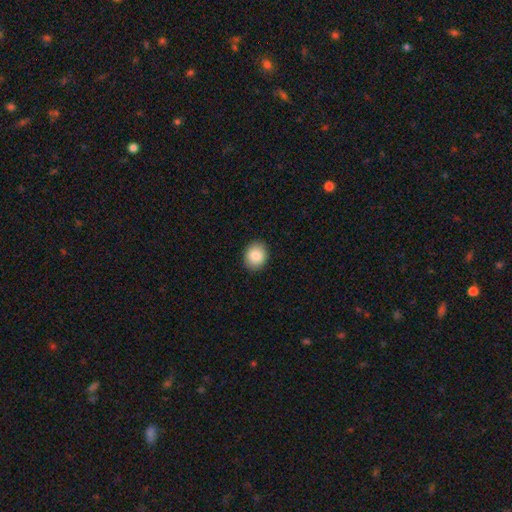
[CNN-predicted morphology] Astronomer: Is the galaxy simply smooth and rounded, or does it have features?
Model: smooth — 86%.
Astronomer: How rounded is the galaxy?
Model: round — 60% (runner-up: in between, 39%).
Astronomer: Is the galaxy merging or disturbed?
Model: none — 91%.